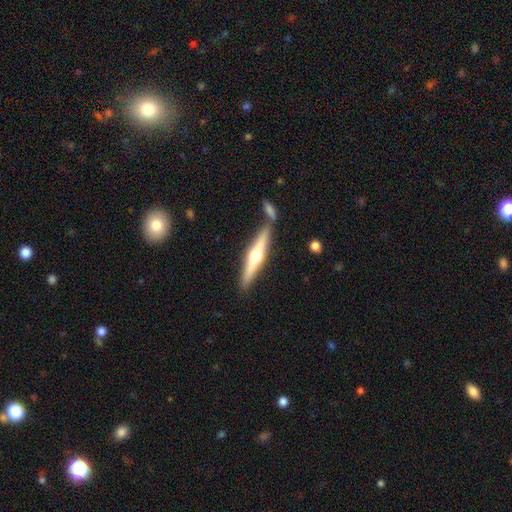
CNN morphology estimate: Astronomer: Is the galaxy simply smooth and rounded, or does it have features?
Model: featured or disk — 64%.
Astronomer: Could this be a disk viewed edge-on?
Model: yes — 96%.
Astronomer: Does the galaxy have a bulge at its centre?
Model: rounded — 93%.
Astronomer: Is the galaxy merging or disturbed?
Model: none — 74%.